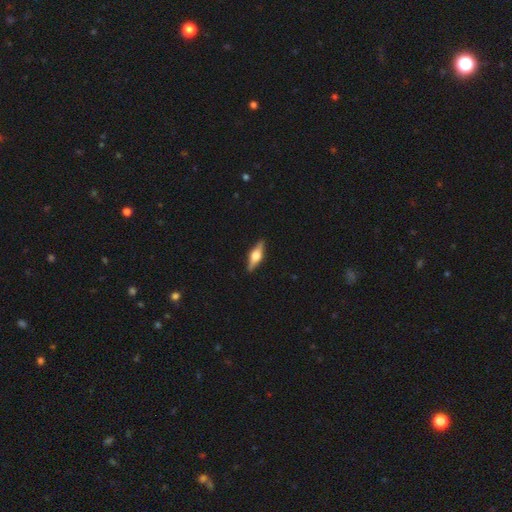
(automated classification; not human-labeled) Smooth or featured: featured or disk — 69% (smooth — 25%)
Edge-on disk: yes — 96% (no — 4%)
Edge-on bulge: rounded — 92% (boxy — 6%)
Merging: none — 90% (minor disturbance — 7%)